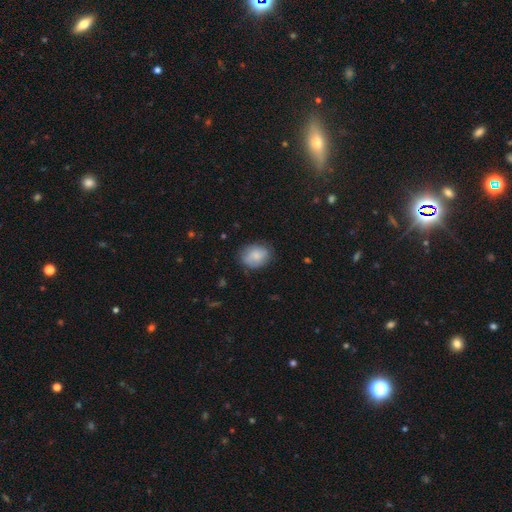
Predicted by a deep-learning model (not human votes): Smooth or featured: smooth — 80% (featured or disk — 13%)
How rounded: in between — 57% (round — 42%)
Merging: none — 73% (minor disturbance — 21%)